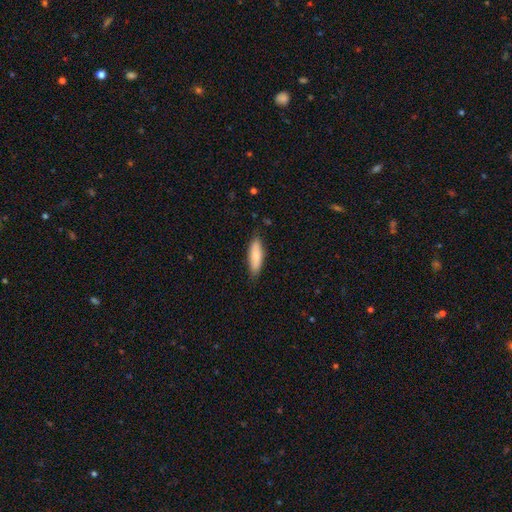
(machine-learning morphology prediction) smooth 79%, featured or disk 15%, star or artifact 6%. Down the decision tree: how rounded — in between (56%); merging — none (80%).